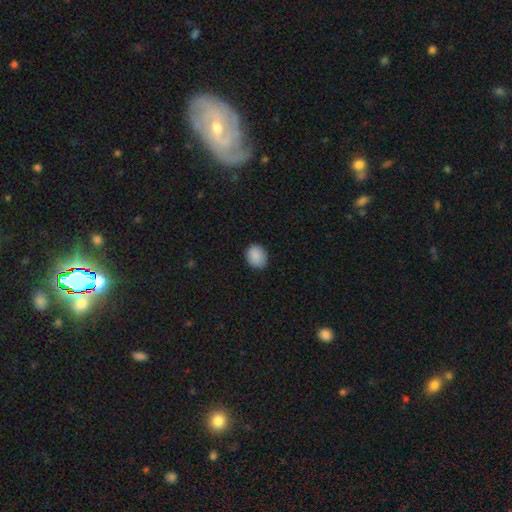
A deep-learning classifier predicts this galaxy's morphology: smooth 89%, star or artifact 8%, featured or disk 3%. Down the decision tree: how rounded — round (54%); merging — none (82%).